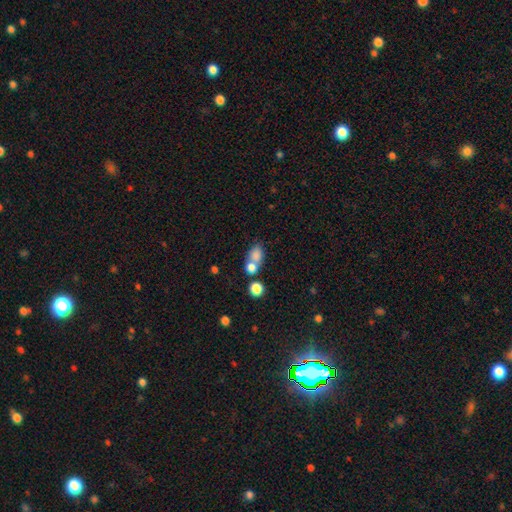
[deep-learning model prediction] Morphology: type=smooth (77%); roundness=in between (67%); merging=merger (46%).